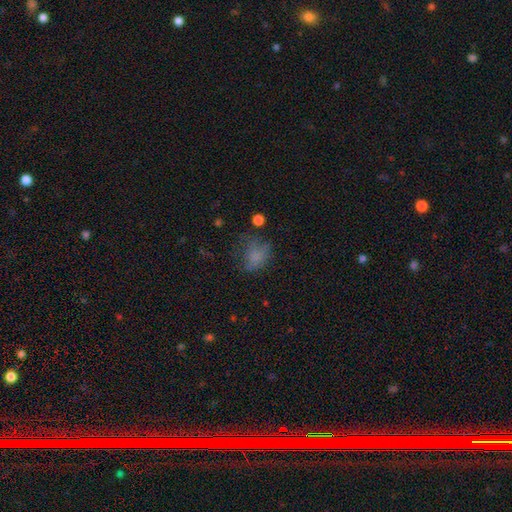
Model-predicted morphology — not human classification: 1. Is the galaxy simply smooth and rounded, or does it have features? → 68% smooth, 16% featured or disk, 16% star or artifact.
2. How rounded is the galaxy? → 58% in between, 40% round, 2% cigar-shaped.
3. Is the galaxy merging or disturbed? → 44% none, 27% major disturbance, 26% minor disturbance, 3% merger.